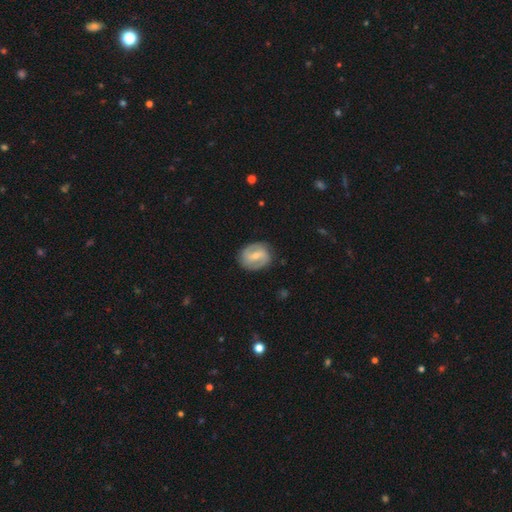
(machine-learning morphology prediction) Smooth or featured? featured or disk (71%)
Edge-on disk? no (97%)
Bar? weak (45%)
Spiral arms? yes (84%)
Spiral winding? medium (44%)
Spiral arm count? 2 (86%)
Bulge size? small (53%)
Merging? none (82%)